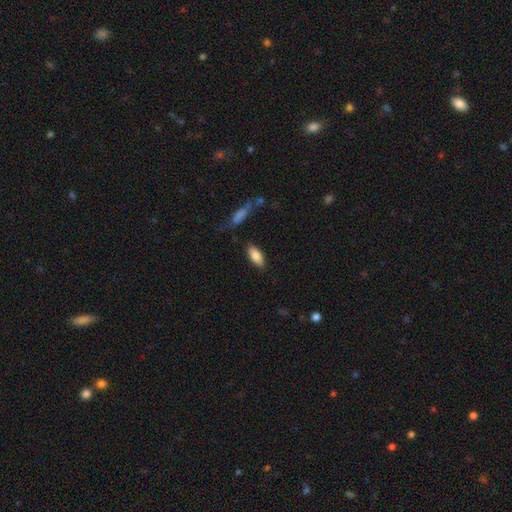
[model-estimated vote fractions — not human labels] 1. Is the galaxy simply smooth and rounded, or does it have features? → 83% smooth, 10% featured or disk, 7% star or artifact.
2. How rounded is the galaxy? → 85% in between, 13% cigar-shaped, 2% round.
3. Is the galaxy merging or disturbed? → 81% none, 13% minor disturbance, 3% major disturbance, 3% merger.